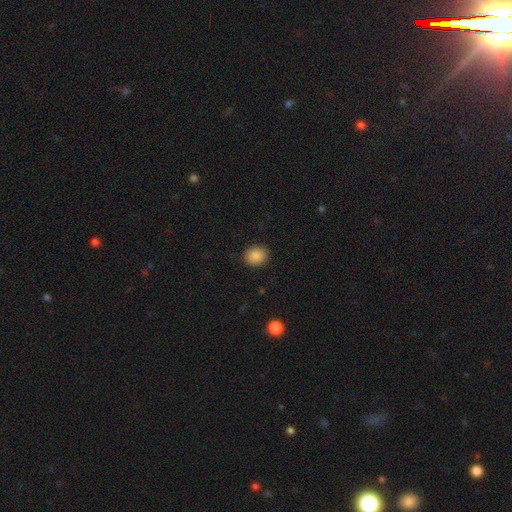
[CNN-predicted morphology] smooth_or_featured: smooth (p=0.87) [alt: star or artifact p=0.09]
how_rounded: round (p=0.58) [alt: in between p=0.42]
merging: none (p=0.89) [alt: minor disturbance p=0.07]